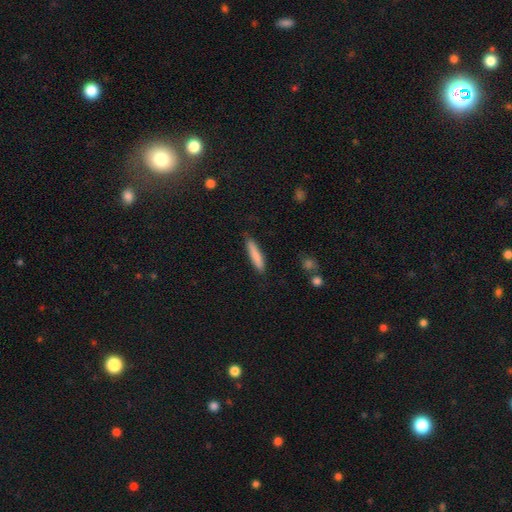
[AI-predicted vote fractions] Smooth or featured?
  - smooth: 83% *
  - featured or disk: 11%
  - star or artifact: 6%
How rounded?
  - cigar-shaped: 89% *
  - in between: 9%
  - round: 1%
Merging?
  - none: 87% *
  - minor disturbance: 10%
  - major disturbance: 2%
  - merger: 1%